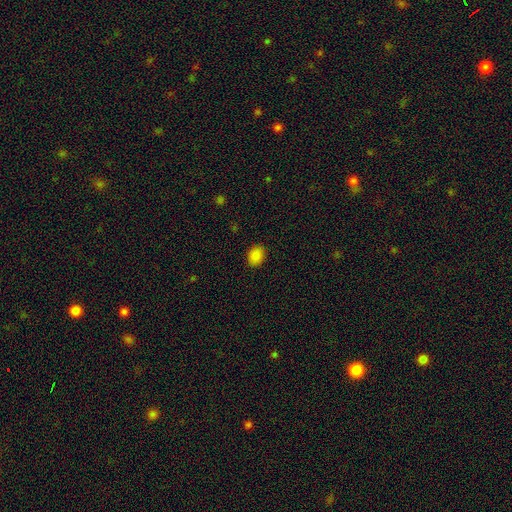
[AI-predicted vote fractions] Q: Smooth or featured?
A: smooth (86%); runner-up: star or artifact (10%)
Q: How rounded?
A: in between (68%); runner-up: round (31%)
Q: Merging?
A: none (89%); runner-up: minor disturbance (8%)